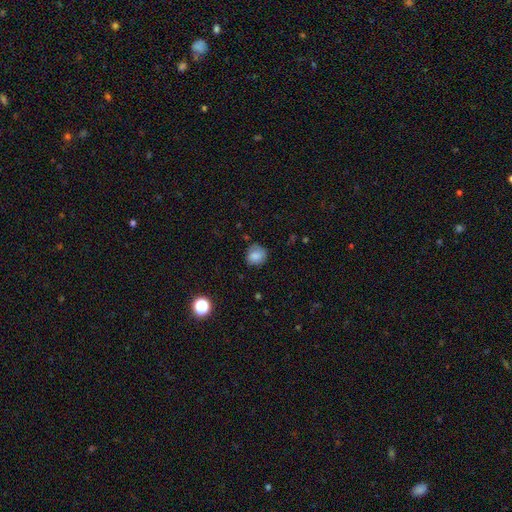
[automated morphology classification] smooth-or-featured: smooth: 80% | star or artifact: 10% | featured or disk: 10%
  how-rounded: round: 79% | in between: 20% | cigar-shaped: 1%
  merging: none: 72% | minor disturbance: 21% | major disturbance: 5% | merger: 2%